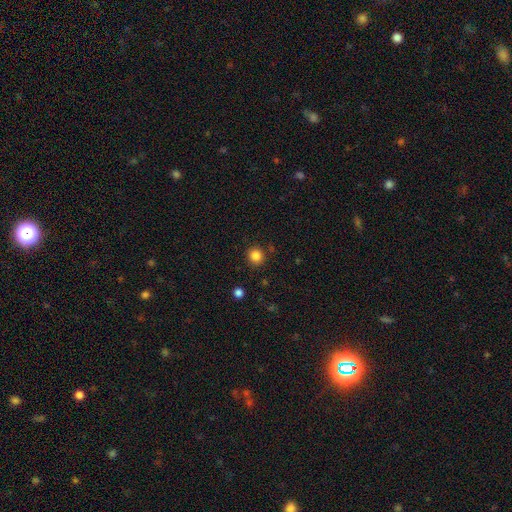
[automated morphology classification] Smooth or featured: smooth — 84% (star or artifact — 11%)
How rounded: round — 90% (in between — 9%)
Merging: none — 89% (minor disturbance — 7%)